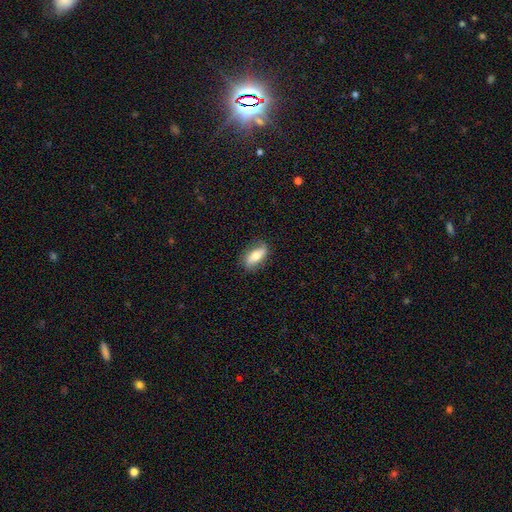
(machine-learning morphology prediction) type=smooth (58%); roundness=in between (71%); merging=none (81%).